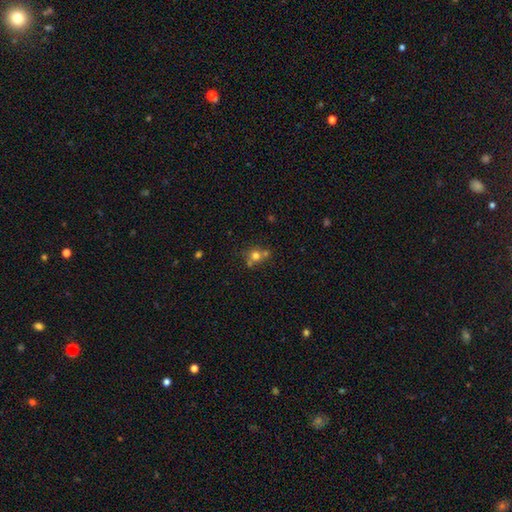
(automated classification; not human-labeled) smooth_or_featured: smooth (p=0.69) [alt: star or artifact p=0.16]
how_rounded: round (p=0.83) [alt: in between p=0.16]
merging: none (p=0.51) [alt: merger p=0.33]